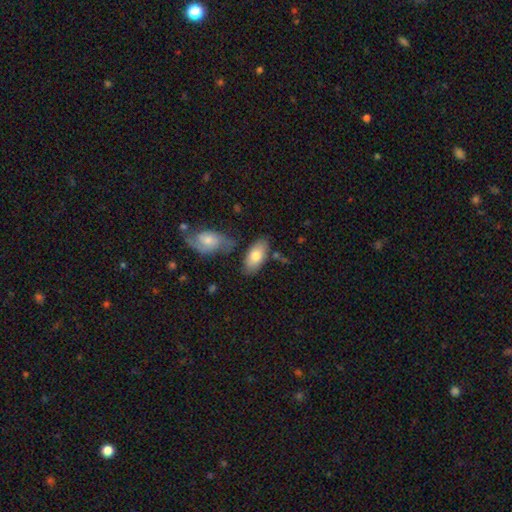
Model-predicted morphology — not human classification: Smooth or featured? Predicted: smooth (p=0.75). How rounded? Predicted: in between (p=0.92). Merging? Predicted: none (p=0.68).